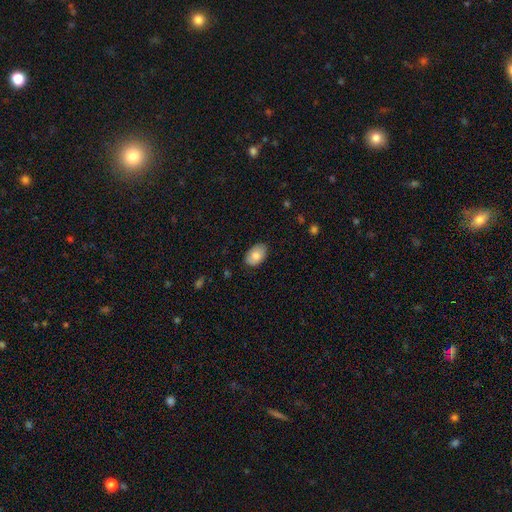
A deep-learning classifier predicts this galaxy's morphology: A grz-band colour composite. It shows a smooth galaxy with no disk features (81%) that is in between round and cigar-shaped (89%). Merging: none (84%).